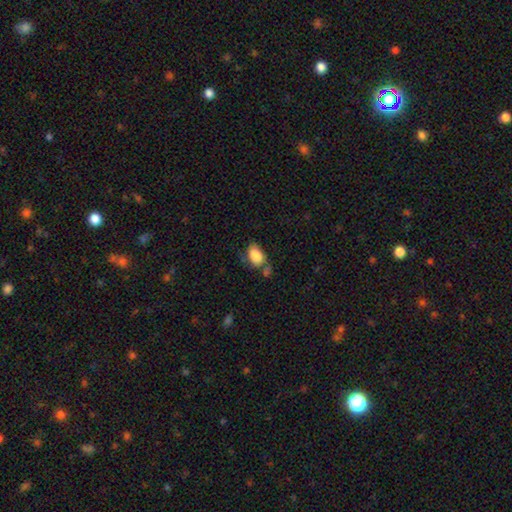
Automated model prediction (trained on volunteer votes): Smooth or featured: smooth — 83% (featured or disk — 9%)
How rounded: in between — 91% (round — 8%)
Merging: none — 45% (minor disturbance — 26%)